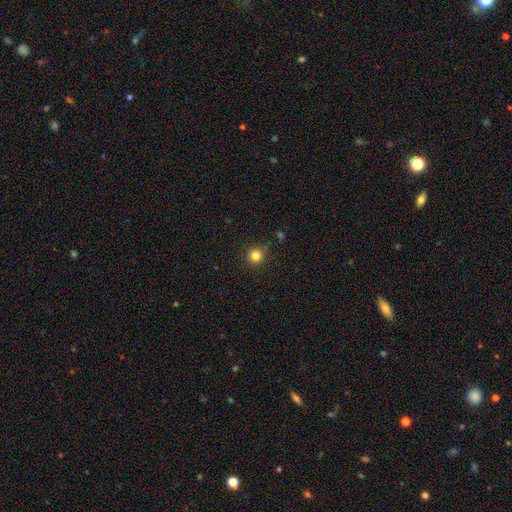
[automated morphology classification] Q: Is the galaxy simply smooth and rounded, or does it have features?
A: smooth — 82%.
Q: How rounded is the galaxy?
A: round — 95%.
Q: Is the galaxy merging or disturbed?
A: none — 89%.